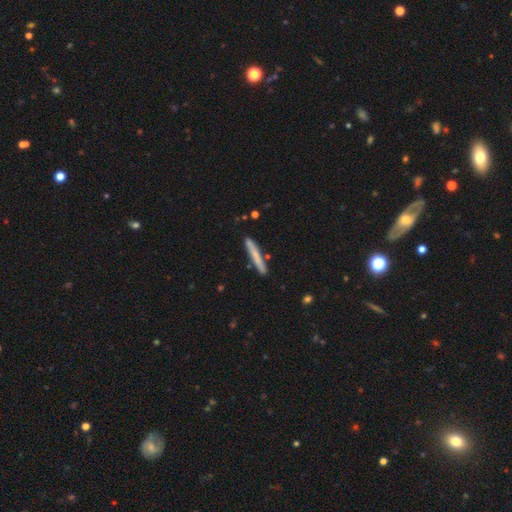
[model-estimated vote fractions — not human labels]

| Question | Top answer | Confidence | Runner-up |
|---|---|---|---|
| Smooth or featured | smooth | 68% | featured or disk (27%) |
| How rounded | cigar-shaped | 96% | in between (3%) |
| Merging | none | 86% | minor disturbance (10%) |